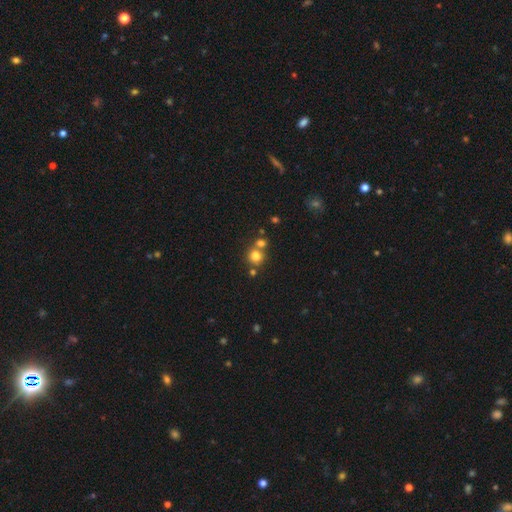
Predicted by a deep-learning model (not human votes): Smooth or featured? Predicted: smooth (p=0.79). How rounded? Predicted: round (p=0.88). Merging? Predicted: none (p=0.59).